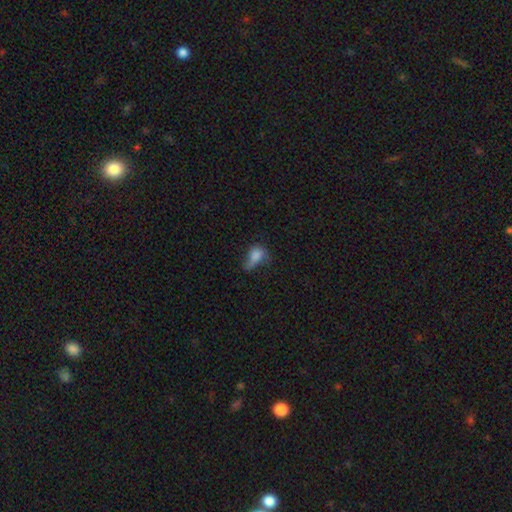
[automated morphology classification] Smooth or featured? Predicted: smooth (p=0.72). How rounded? Predicted: in between (p=0.77). Merging? Predicted: major disturbance (p=0.41).